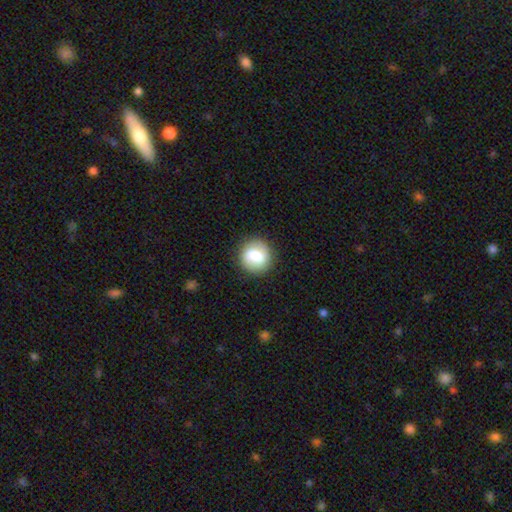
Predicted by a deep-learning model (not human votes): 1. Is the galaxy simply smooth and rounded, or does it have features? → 64% smooth, 29% featured or disk, 7% star or artifact.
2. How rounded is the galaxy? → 90% round, 9% in between, 1% cigar-shaped.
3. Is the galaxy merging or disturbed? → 88% none, 9% minor disturbance, 3% major disturbance, 1% merger.